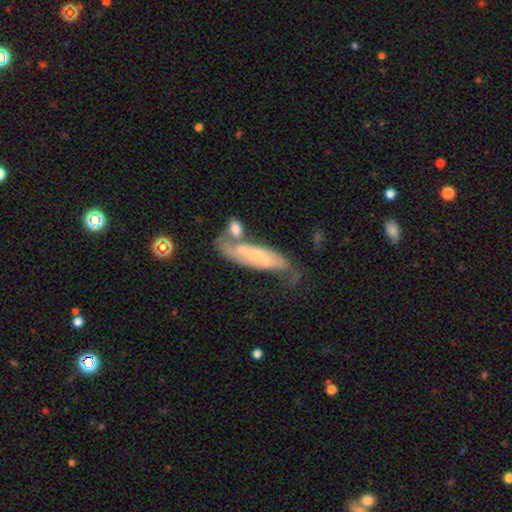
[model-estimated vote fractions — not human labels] The model was most divided on "merging": none: 38%, merger: 25%, minor disturbance: 23%, major disturbance: 15%. More confident: spiral arms — yes (83%); edge-on disk — no (81%); smooth or featured — featured or disk (69%); bar — no (66%); bulge size — small (59%).